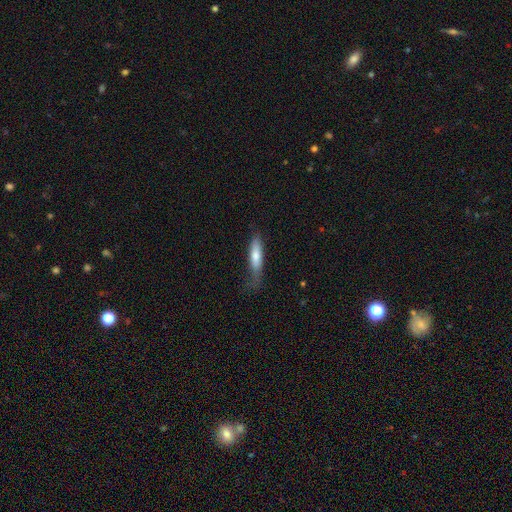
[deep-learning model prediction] Q: Smooth or featured?
A: smooth (69%); runner-up: featured or disk (25%)
Q: How rounded?
A: cigar-shaped (73%); runner-up: in between (26%)
Q: Merging?
A: none (51%); runner-up: minor disturbance (30%)